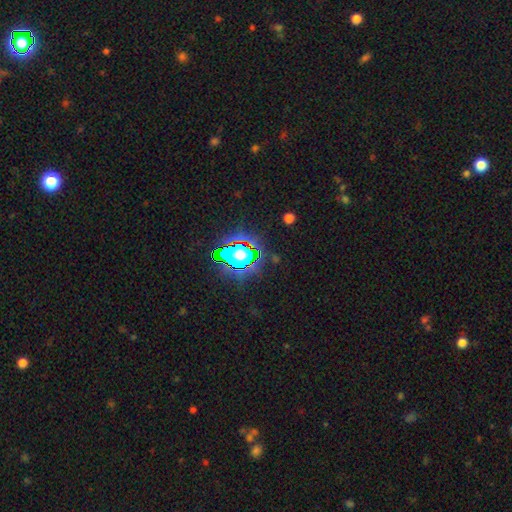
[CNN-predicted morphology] star or artifact 76%, smooth 15%, featured or disk 9%.